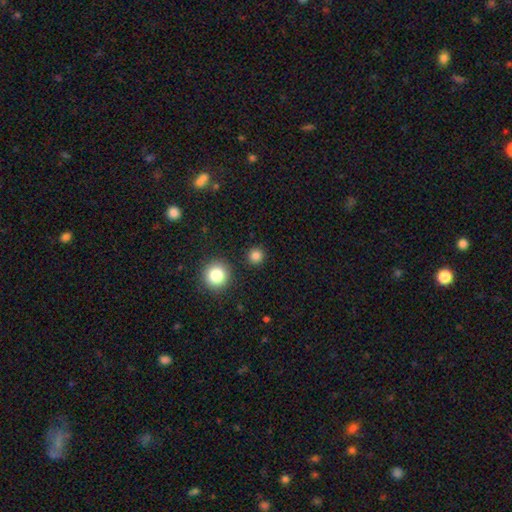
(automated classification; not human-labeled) smooth-or-featured: smooth: 82% | star or artifact: 14% | featured or disk: 4%
  how-rounded: round: 94% | in between: 5% | cigar-shaped: 1%
  merging: none: 90% | minor disturbance: 5% | merger: 3% | major disturbance: 2%